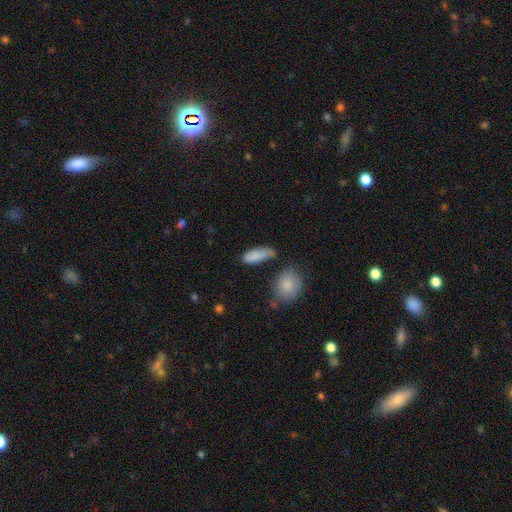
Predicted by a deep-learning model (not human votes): Smooth or featured? smooth (85%)
How rounded? in between (70%)
Merging? none (53%)